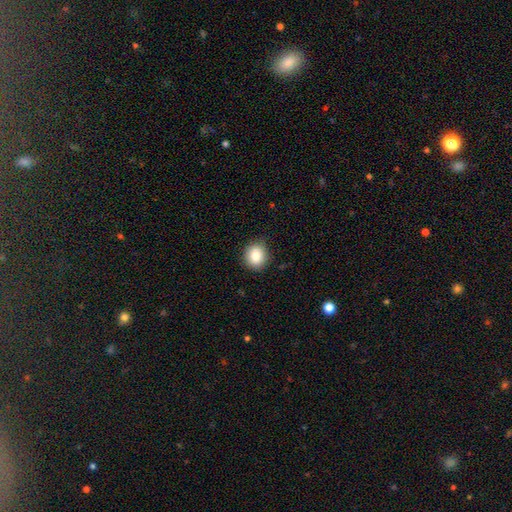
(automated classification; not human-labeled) A smooth galaxy with no disk features (86%) that is round (71%). Merging: none (84%).